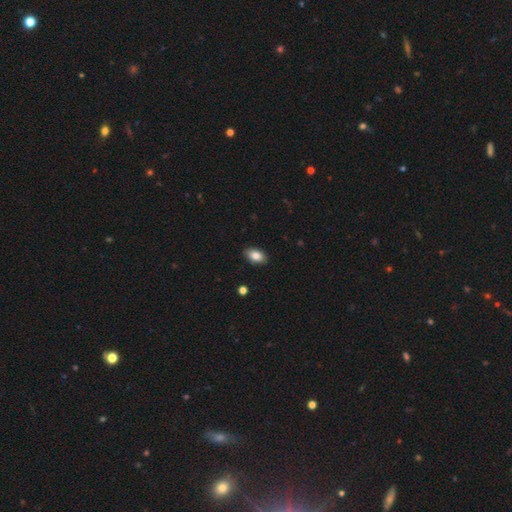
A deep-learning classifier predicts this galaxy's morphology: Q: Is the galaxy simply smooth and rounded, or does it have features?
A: smooth — 84%.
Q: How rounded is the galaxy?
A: in between — 92%.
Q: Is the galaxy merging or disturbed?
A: none — 89%.